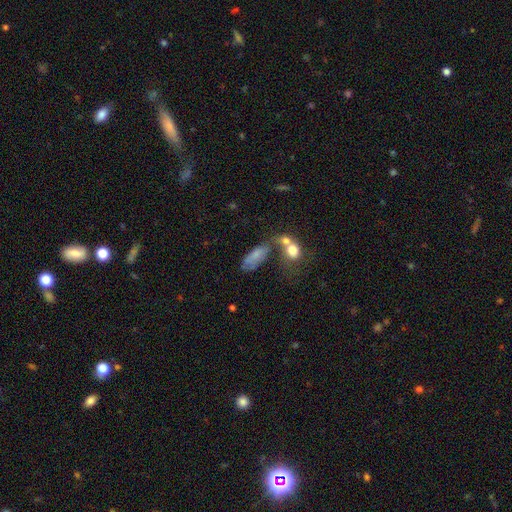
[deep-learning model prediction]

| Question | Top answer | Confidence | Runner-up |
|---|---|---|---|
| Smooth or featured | smooth | 63% | featured or disk (26%) |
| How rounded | in between | 78% | cigar-shaped (16%) |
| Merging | merger | 32% | none (30%) |